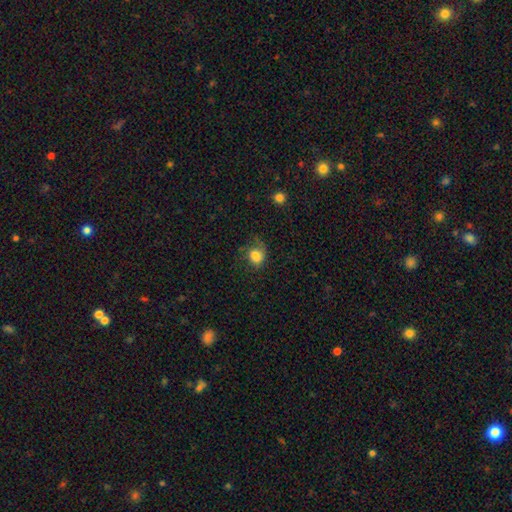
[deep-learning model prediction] Smooth or featured? smooth (75%)
How rounded? round (54%)
Merging? none (46%)